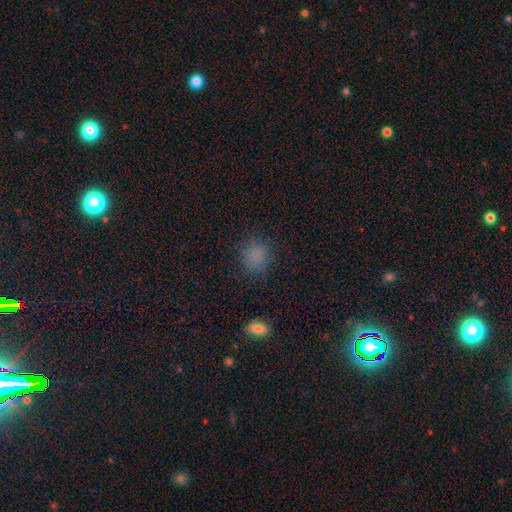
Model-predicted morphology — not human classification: smooth-or-featured: smooth: 81% | star or artifact: 15% | featured or disk: 5%
  how-rounded: round: 81% | in between: 18% | cigar-shaped: 1%
  merging: none: 83% | minor disturbance: 12% | major disturbance: 4% | merger: 2%